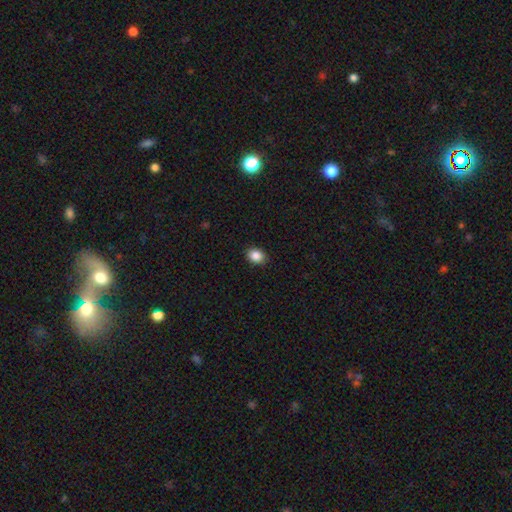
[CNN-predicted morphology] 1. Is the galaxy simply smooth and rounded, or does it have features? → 87% smooth, 9% star or artifact, 3% featured or disk.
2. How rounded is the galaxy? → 51% round, 48% in between, 1% cigar-shaped.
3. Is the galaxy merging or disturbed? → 89% none, 8% minor disturbance, 2% major disturbance, 1% merger.